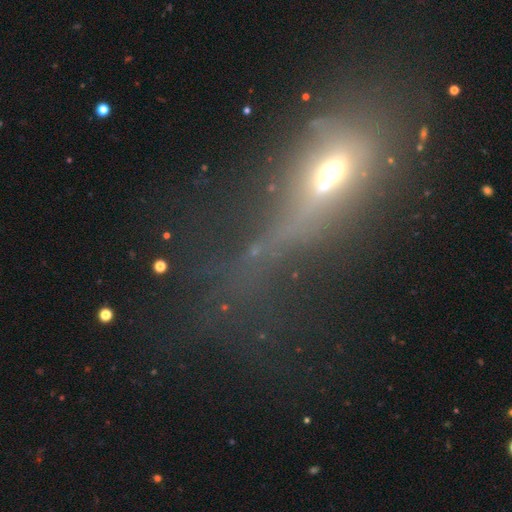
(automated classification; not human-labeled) A smooth galaxy with no disk features (36%).

Vote fractions:
- Smooth or featured? smooth: 36% / featured or disk: 32% / star or artifact: 32%
- Merging? major disturbance: 39% / none: 34% / minor disturbance: 16% / merger: 12%